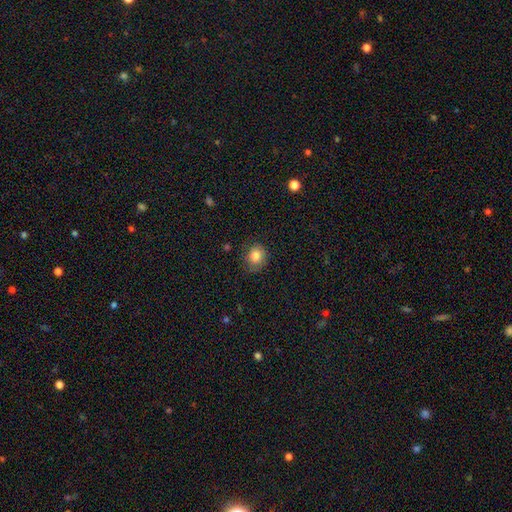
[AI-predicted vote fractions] The model was most divided on "how rounded": round: 67%, in between: 32%, cigar-shaped: 1%. More confident: smooth or featured — smooth (82%); merging — none (75%).